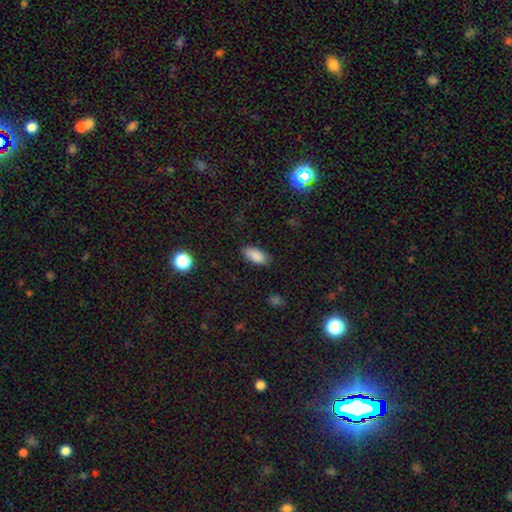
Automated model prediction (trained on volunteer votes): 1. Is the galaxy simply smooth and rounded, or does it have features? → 88% smooth, 8% star or artifact, 4% featured or disk.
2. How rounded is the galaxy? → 91% in between, 6% cigar-shaped, 2% round.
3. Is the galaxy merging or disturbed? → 86% none, 10% minor disturbance, 3% major disturbance, 1% merger.